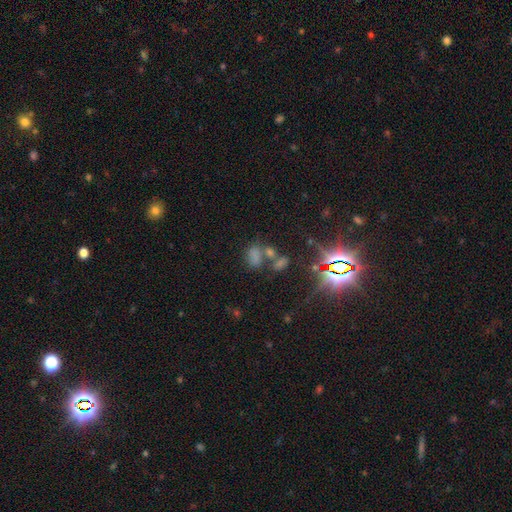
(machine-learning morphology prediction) smooth-or-featured: smooth: 61% | star or artifact: 26% | featured or disk: 13%
  how-rounded: in between: 82% | round: 15% | cigar-shaped: 3%
  merging: merger: 43% | none: 34% | minor disturbance: 13% | major disturbance: 10%